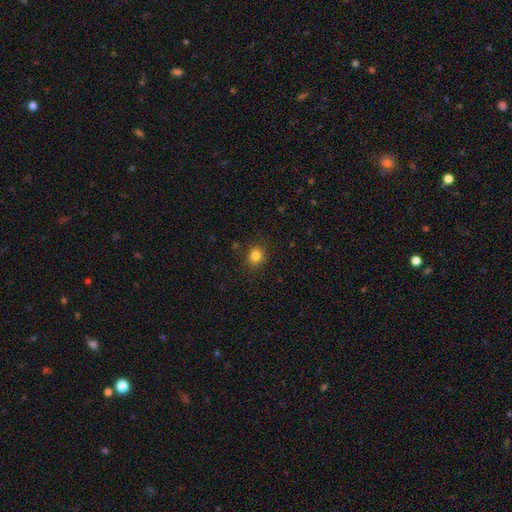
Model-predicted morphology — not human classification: smooth_or_featured: smooth (p=0.82) [alt: star or artifact p=0.12]
how_rounded: round (p=0.78) [alt: in between p=0.22]
merging: none (p=0.87) [alt: minor disturbance p=0.09]